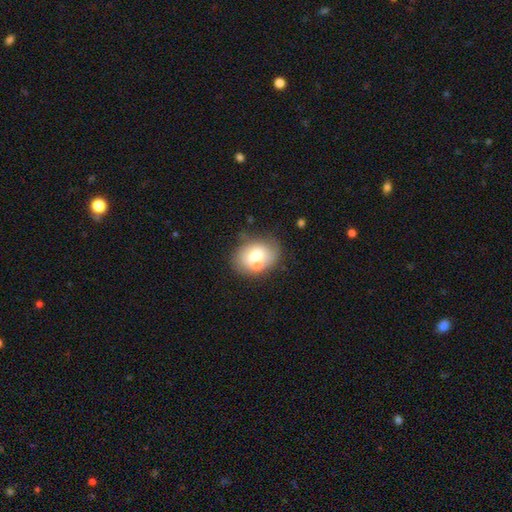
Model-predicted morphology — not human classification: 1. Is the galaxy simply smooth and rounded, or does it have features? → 66% smooth, 25% featured or disk, 9% star or artifact.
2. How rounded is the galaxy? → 68% in between, 31% round, 1% cigar-shaped.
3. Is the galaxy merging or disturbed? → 52% none, 26% merger, 16% minor disturbance, 6% major disturbance.